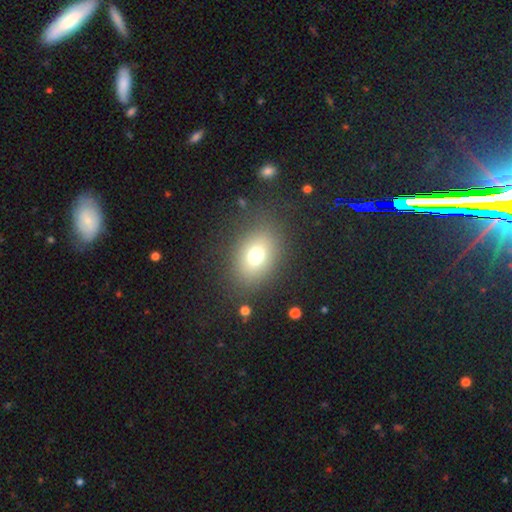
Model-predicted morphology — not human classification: Smooth or featured: smooth — 72% (star or artifact — 14%)
How rounded: in between — 67% (round — 32%)
Merging: none — 82% (minor disturbance — 10%)